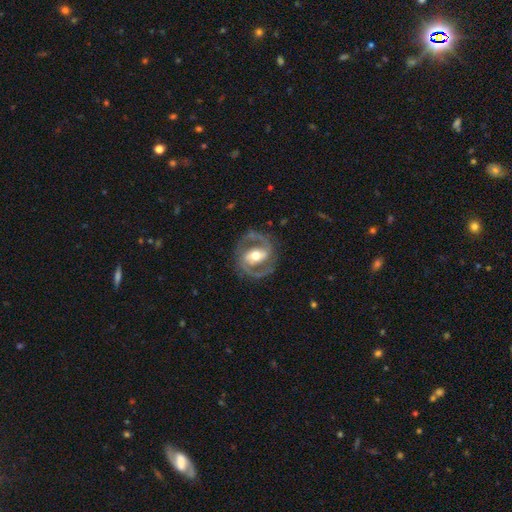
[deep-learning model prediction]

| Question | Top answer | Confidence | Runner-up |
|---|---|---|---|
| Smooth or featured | featured or disk | 89% | smooth (7%) |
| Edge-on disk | no | 97% | yes (3%) |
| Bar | strong | 40% | weak (37%) |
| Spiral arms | yes | 95% | no (5%) |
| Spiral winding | medium | 58% | tight (26%) |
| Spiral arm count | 2 | 92% | can't tell (2%) |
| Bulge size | moderate | 71% | large (15%) |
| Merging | none | 81% | minor disturbance (12%) |